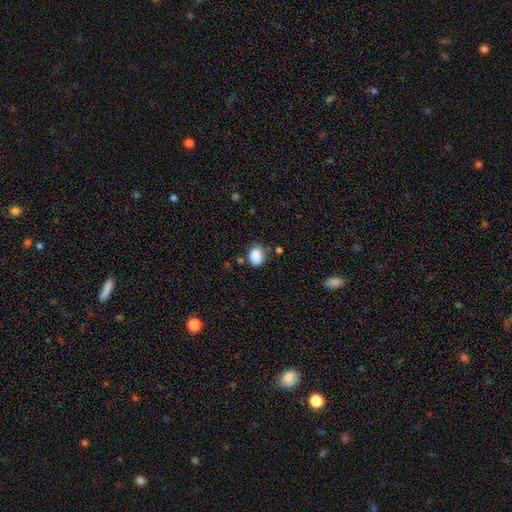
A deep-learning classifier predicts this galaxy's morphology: smooth_or_featured: smooth (p=0.87) [alt: star or artifact p=0.09]
how_rounded: in between (p=0.57) [alt: round p=0.42]
merging: none (p=0.70) [alt: minor disturbance p=0.19]